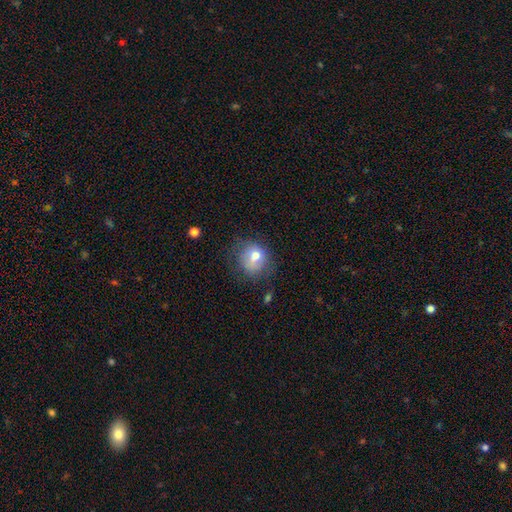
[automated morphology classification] smooth-or-featured: smooth: 66% | featured or disk: 23% | star or artifact: 11%
  how-rounded: round: 79% | in between: 20% | cigar-shaped: 1%
  merging: none: 61% | minor disturbance: 23% | major disturbance: 12% | merger: 3%